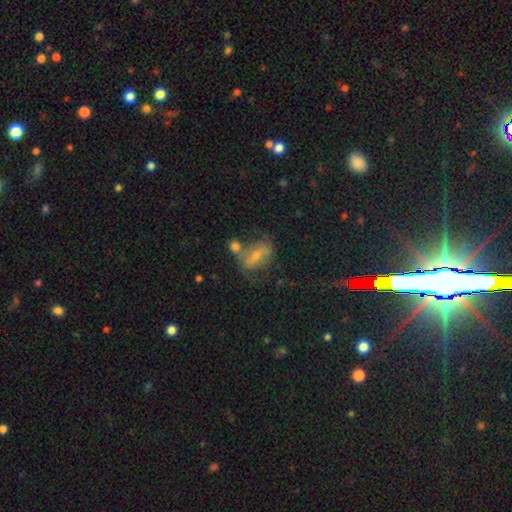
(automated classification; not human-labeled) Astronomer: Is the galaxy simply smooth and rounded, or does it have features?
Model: smooth — 44%, tied with featured or disk at 44%.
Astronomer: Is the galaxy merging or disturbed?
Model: none — 40% (runner-up: merger, 25%).